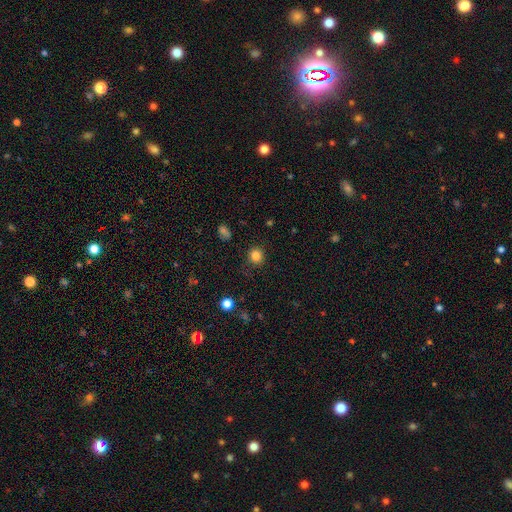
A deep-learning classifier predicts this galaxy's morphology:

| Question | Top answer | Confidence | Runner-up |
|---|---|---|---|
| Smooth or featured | smooth | 83% | star or artifact (12%) |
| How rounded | round | 88% | in between (11%) |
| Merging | none | 88% | minor disturbance (8%) |